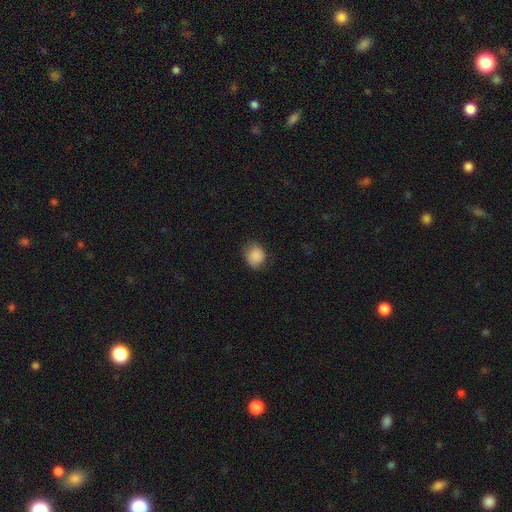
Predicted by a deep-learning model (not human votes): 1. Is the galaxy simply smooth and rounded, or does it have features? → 85% smooth, 8% star or artifact, 7% featured or disk.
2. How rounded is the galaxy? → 59% round, 40% in between, 1% cigar-shaped.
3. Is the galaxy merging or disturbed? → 68% none, 23% minor disturbance, 7% major disturbance, 1% merger.